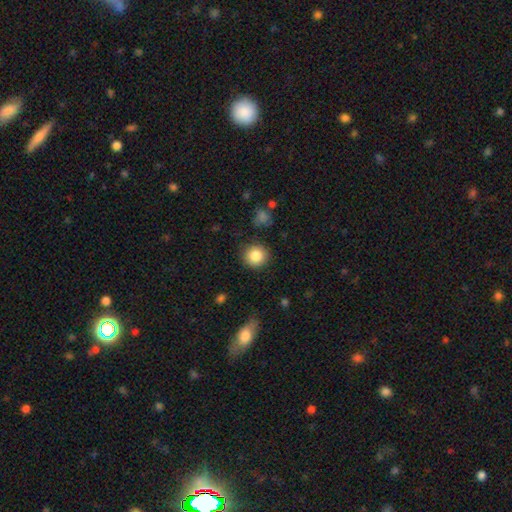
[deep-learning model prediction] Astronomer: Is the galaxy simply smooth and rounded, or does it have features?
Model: smooth — 84%.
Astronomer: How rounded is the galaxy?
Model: round — 92%.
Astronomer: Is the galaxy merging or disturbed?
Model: none — 88%.